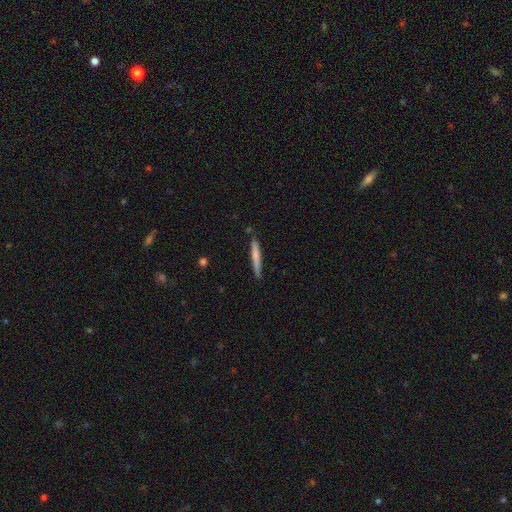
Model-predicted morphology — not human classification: This is likely a smooth galaxy (69%). How rounded: clearly cigar-shaped (96%). Merging: clearly none (86%).